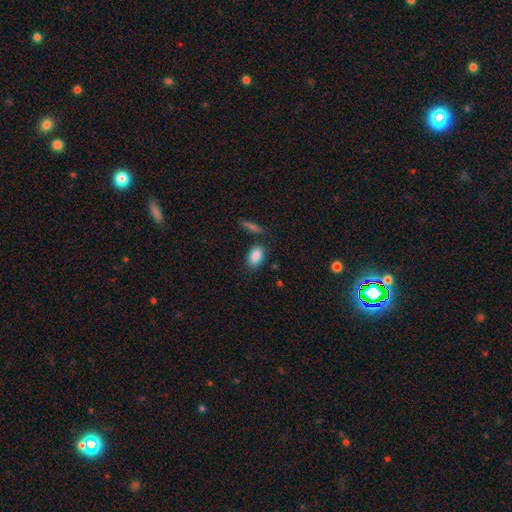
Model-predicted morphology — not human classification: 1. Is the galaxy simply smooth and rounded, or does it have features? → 87% smooth, 7% star or artifact, 5% featured or disk.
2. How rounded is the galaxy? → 89% in between, 7% round, 3% cigar-shaped.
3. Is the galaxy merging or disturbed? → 79% none, 12% minor disturbance, 6% merger, 3% major disturbance.